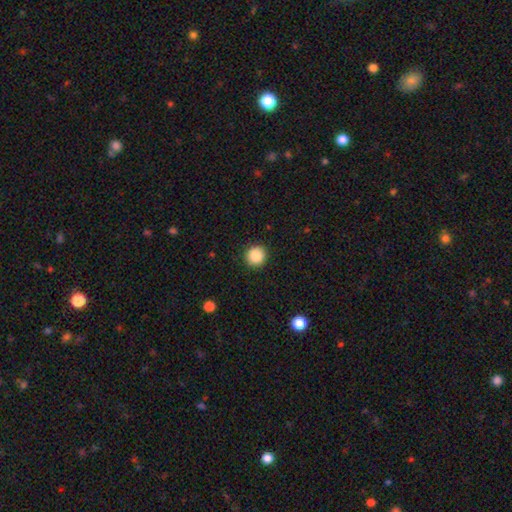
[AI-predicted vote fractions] A smooth galaxy with no disk features (87%) that is round (93%). Merging: none (92%).